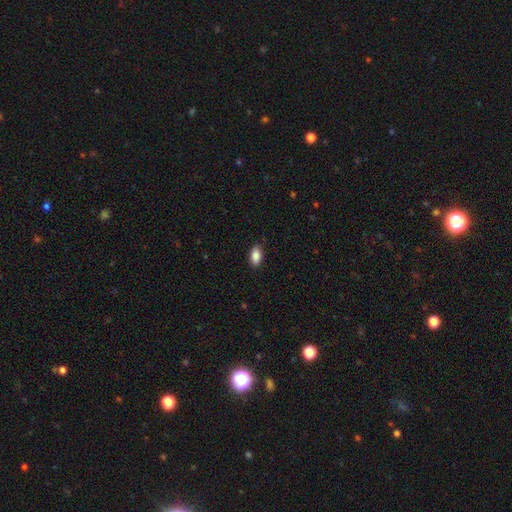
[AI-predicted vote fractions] Overall: smooth (87%). How rounded: in between (93%). Merging: none (88%).